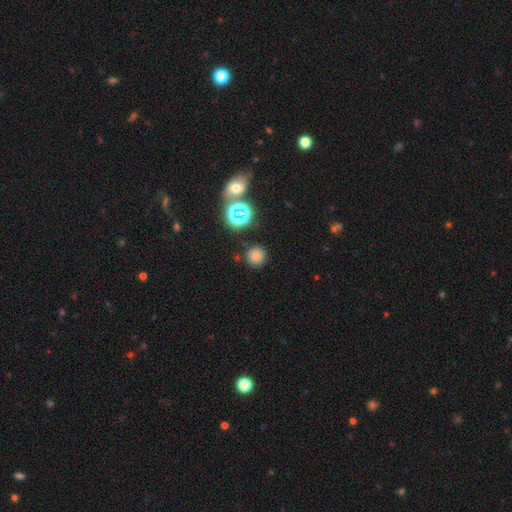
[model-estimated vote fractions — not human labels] This is likely a smooth galaxy (73%). How rounded: clearly round (93%). Merging: clearly none (85%).